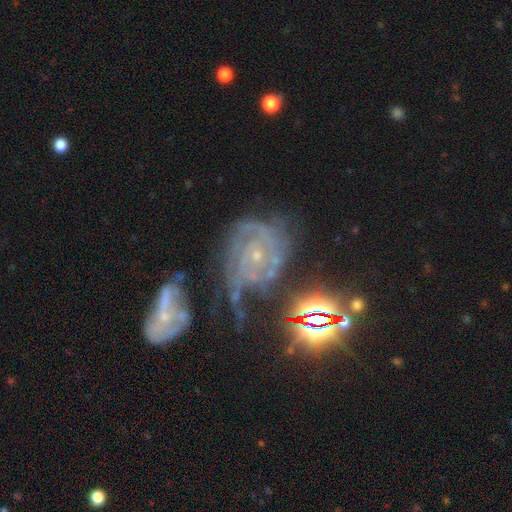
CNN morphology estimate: Smooth or featured?
  - featured or disk: 73% *
  - star or artifact: 19%
  - smooth: 8%
Edge-on disk?
  - no: 97% *
  - yes: 3%
Bar?
  - no: 69% *
  - weak: 22%
  - strong: 9%
Spiral arms?
  - yes: 93% *
  - no: 7%
Spiral winding?
  - tight: 65% *
  - medium: 28%
  - loose: 7%
Spiral arm count?
  - can't tell: 31% *
  - 3: 25%
  - 2: 20%
  - 4: 10%
  - 1: 7%
  - more than 4: 7%
Bulge size?
  - small: 79% *
  - moderate: 16%
  - none: 3%
  - large: 1%
  - dominant: 1%
Merging?
  - none: 42% *
  - merger: 20%
  - minor disturbance: 20%
  - major disturbance: 18%